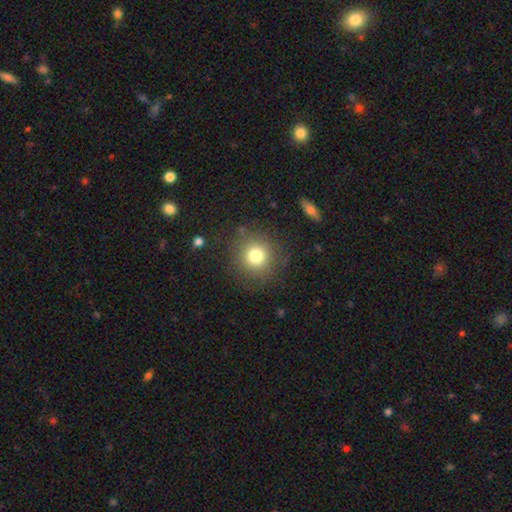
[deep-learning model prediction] A smooth galaxy with no disk features (77%) that is round (92%).

Vote fractions:
- Smooth or featured? smooth: 77% / star or artifact: 13% / featured or disk: 10%
- How rounded? round: 92% / in between: 7% / cigar-shaped: 1%
- Merging? none: 85% / minor disturbance: 9% / major disturbance: 4% / merger: 2%